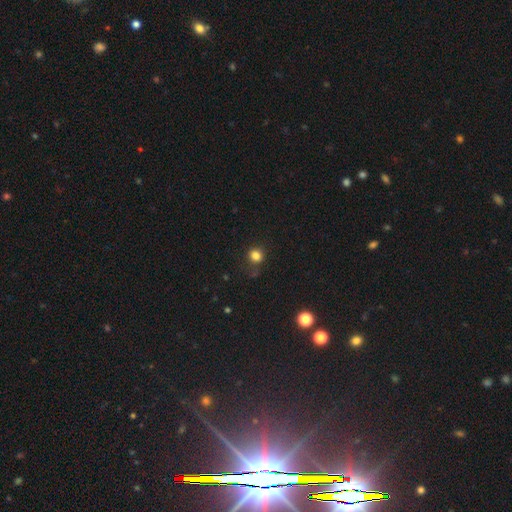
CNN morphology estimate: Smooth or featured: smooth — 81% (star or artifact — 14%)
How rounded: round — 85% (in between — 14%)
Merging: none — 79% (minor disturbance — 14%)